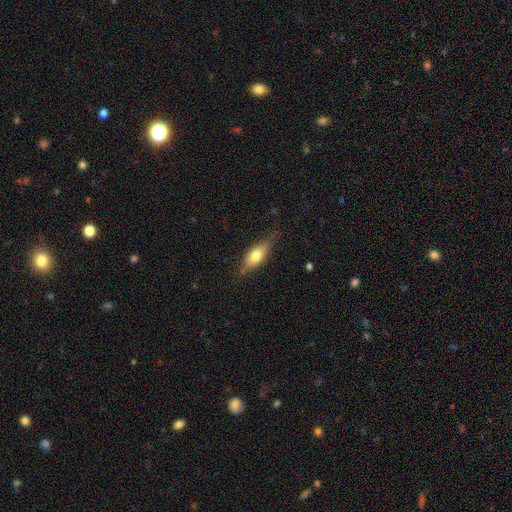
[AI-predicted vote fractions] Smooth or featured?
  - smooth: 66% *
  - featured or disk: 27%
  - star or artifact: 7%
How rounded?
  - in between: 71% *
  - cigar-shaped: 26%
  - round: 4%
Merging?
  - none: 74% *
  - minor disturbance: 20%
  - major disturbance: 5%
  - merger: 2%